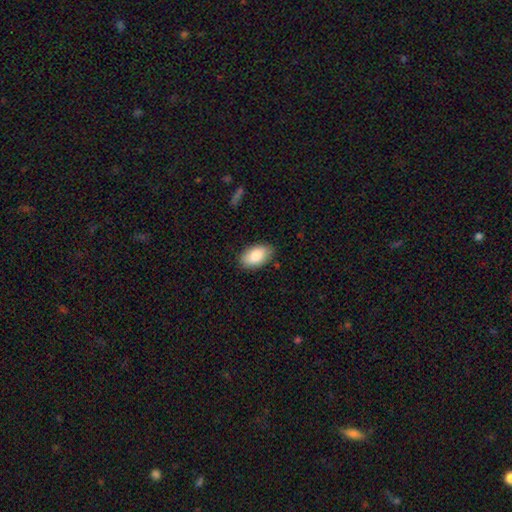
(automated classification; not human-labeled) Smooth or featured? smooth (87%)
How rounded? in between (94%)
Merging? none (83%)